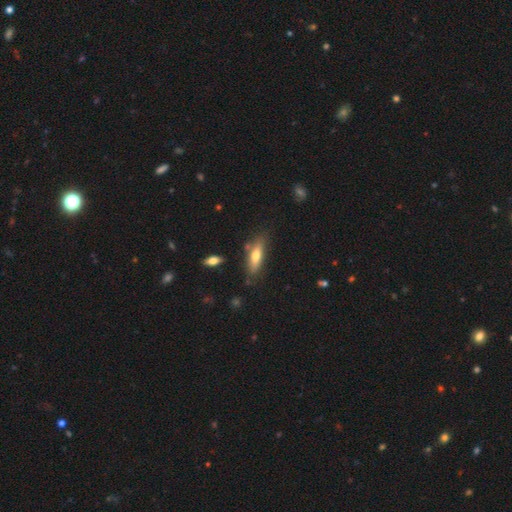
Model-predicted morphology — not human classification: smooth-or-featured: smooth: 62% | featured or disk: 31% | star or artifact: 7%
  how-rounded: cigar-shaped: 54% | in between: 44% | round: 2%
  merging: none: 75% | minor disturbance: 15% | merger: 6% | major disturbance: 4%